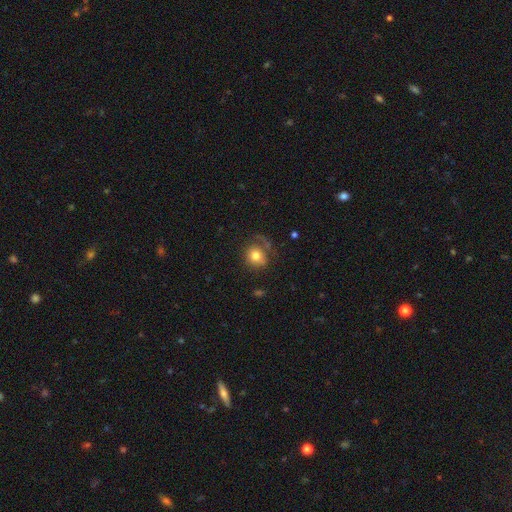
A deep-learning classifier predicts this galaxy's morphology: smooth_or_featured: smooth (p=0.75) [alt: featured or disk p=0.16]
how_rounded: round (p=0.77) [alt: in between p=0.22]
merging: none (p=0.59) [alt: minor disturbance p=0.19]